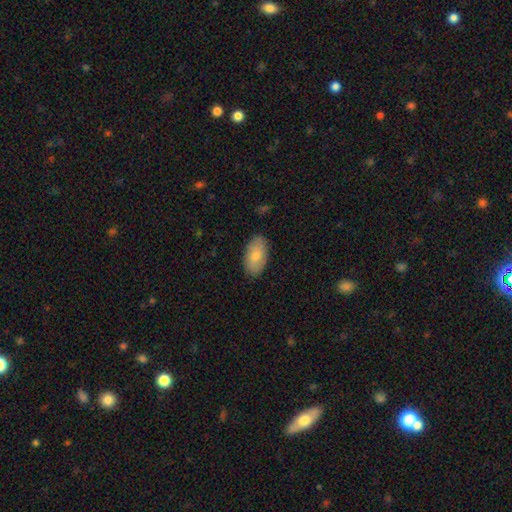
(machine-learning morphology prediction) smooth-or-featured: smooth: 77% | featured or disk: 17% | star or artifact: 6%
  how-rounded: in between: 94% | round: 4% | cigar-shaped: 2%
  merging: none: 86% | minor disturbance: 11% | major disturbance: 2% | merger: 1%